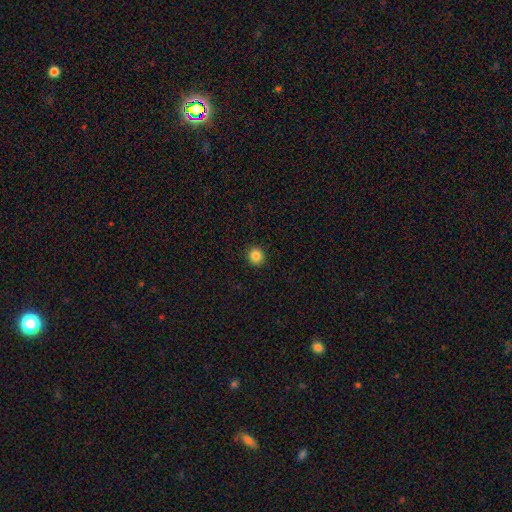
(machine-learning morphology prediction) Overall: smooth (84%). How rounded: round (92%). Merging: none (93%).